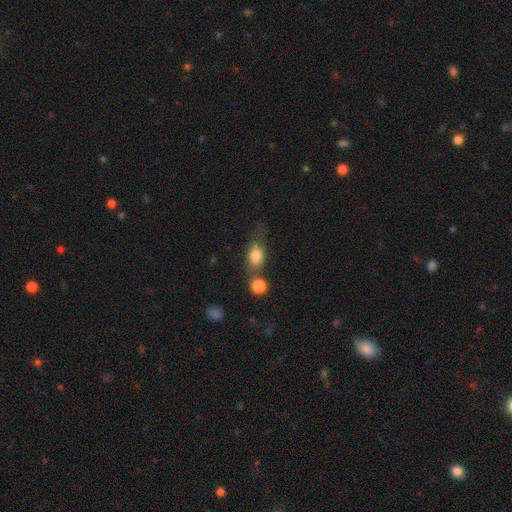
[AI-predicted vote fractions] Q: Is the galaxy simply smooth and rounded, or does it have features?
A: smooth — 79%.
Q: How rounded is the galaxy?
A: in between — 71%.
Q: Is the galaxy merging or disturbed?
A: none — 47%.